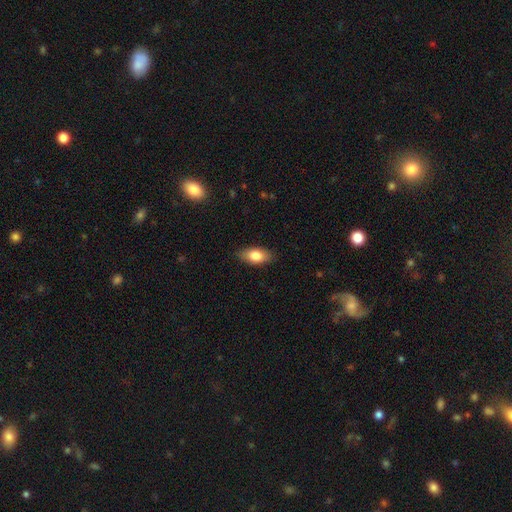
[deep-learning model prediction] Morphology: type=smooth (81%); roundness=in between (88%); merging=none (86%).